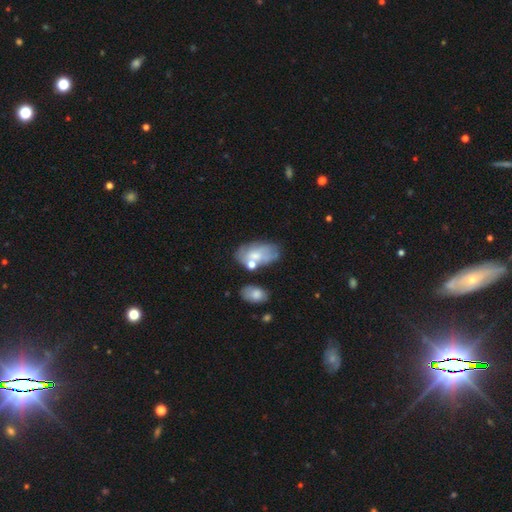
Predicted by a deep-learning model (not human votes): Q: Smooth or featured?
A: smooth (54%); runner-up: featured or disk (38%)
Q: How rounded?
A: in between (91%); runner-up: round (7%)
Q: Merging?
A: none (46%); runner-up: minor disturbance (24%)